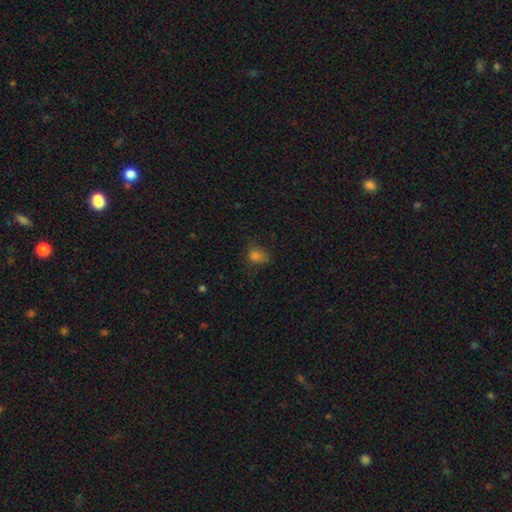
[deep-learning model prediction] smooth-or-featured: smooth: 75% | star or artifact: 19% | featured or disk: 6%
  how-rounded: in between: 57% | round: 41% | cigar-shaped: 2%
  merging: none: 61% | minor disturbance: 25% | major disturbance: 11% | merger: 2%